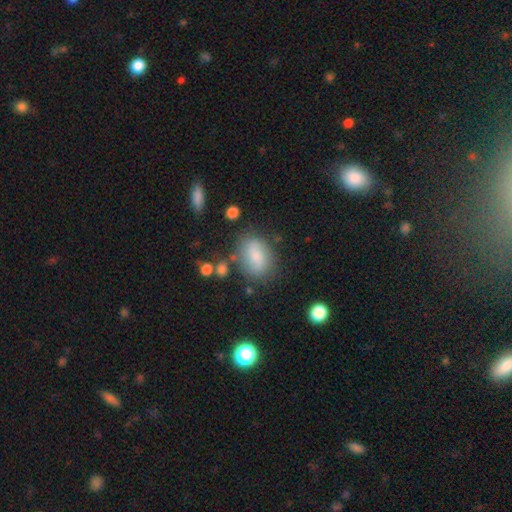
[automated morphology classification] This is likely a smooth galaxy (74%). How rounded: likely in between (80%). Merging: likely none (67%).